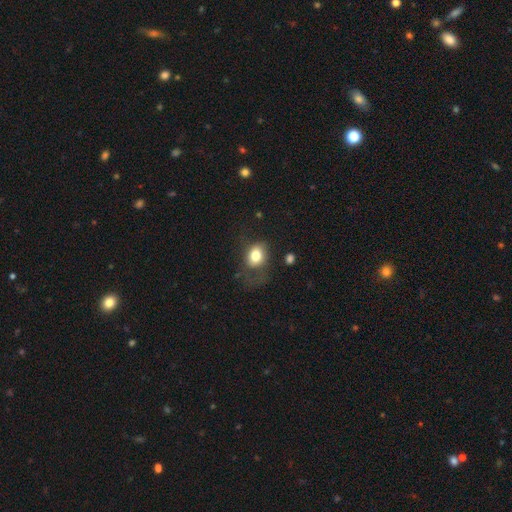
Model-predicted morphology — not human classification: Q: Smooth or featured?
A: smooth (78%); runner-up: featured or disk (13%)
Q: How rounded?
A: in between (59%); runner-up: round (40%)
Q: Merging?
A: none (48%); runner-up: major disturbance (25%)